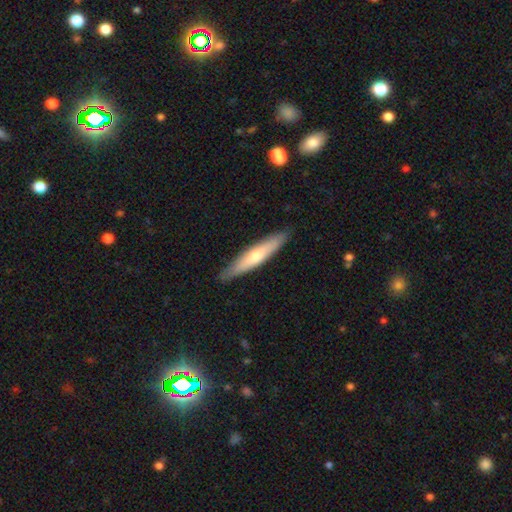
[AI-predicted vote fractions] A smooth galaxy with no disk features (56%) that is cigar-shaped (89%).

Vote fractions:
- Smooth or featured? smooth: 56% / featured or disk: 39% / star or artifact: 5%
- How rounded? cigar-shaped: 89% / in between: 9% / round: 1%
- Merging? none: 89% / minor disturbance: 8% / major disturbance: 2% / merger: 1%